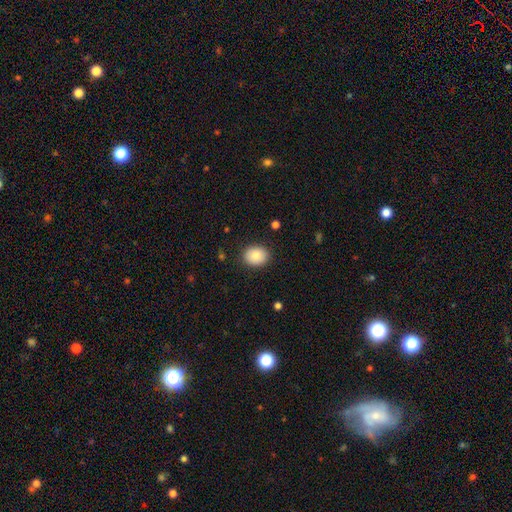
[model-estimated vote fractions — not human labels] Smooth or featured?
  - smooth: 84% *
  - featured or disk: 8%
  - star or artifact: 8%
How rounded?
  - round: 53% *
  - in between: 46%
  - cigar-shaped: 1%
Merging?
  - none: 88% *
  - minor disturbance: 9%
  - major disturbance: 2%
  - merger: 1%